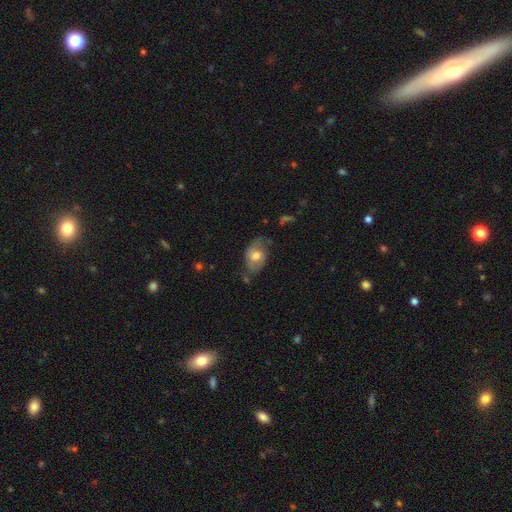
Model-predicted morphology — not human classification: featured or disk 50%, smooth 43%, star or artifact 7%. Down the decision tree: merging — none (53%).